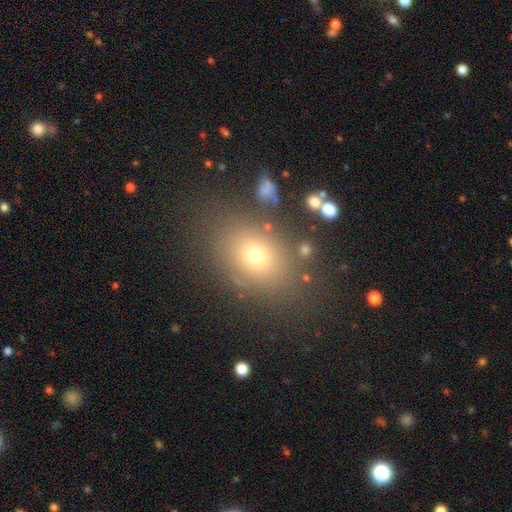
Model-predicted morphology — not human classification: Overall: smooth (68%). How rounded: in between (64%; round 34%). Merging: none (81%).